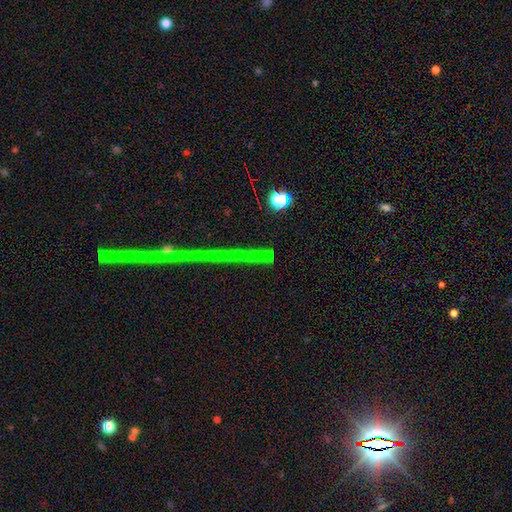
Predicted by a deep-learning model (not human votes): star or artifact 76%, featured or disk 12%, smooth 12%.